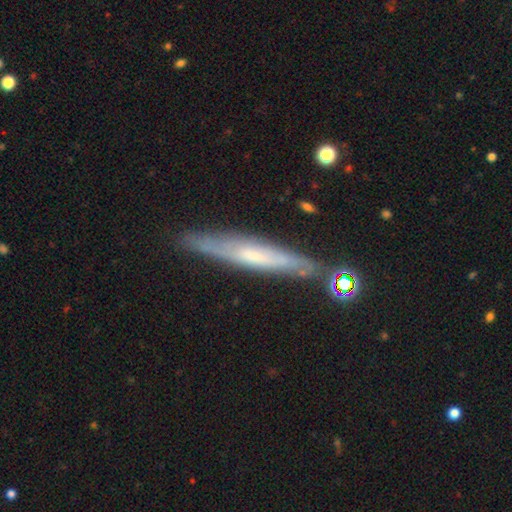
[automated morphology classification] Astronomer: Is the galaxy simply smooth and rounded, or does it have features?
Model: featured or disk — 61%.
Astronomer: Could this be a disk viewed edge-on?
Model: yes — 81%.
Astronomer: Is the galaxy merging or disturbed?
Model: none — 81%.